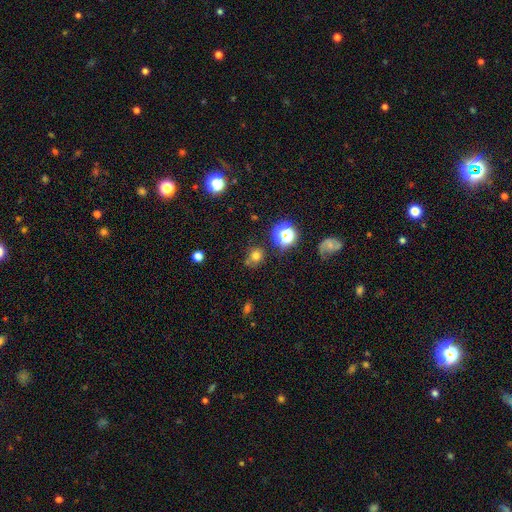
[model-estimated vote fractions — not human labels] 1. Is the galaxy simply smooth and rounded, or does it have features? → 69% smooth, 22% star or artifact, 8% featured or disk.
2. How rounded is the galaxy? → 85% round, 14% in between, 1% cigar-shaped.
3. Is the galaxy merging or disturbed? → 72% none, 14% minor disturbance, 9% merger, 5% major disturbance.